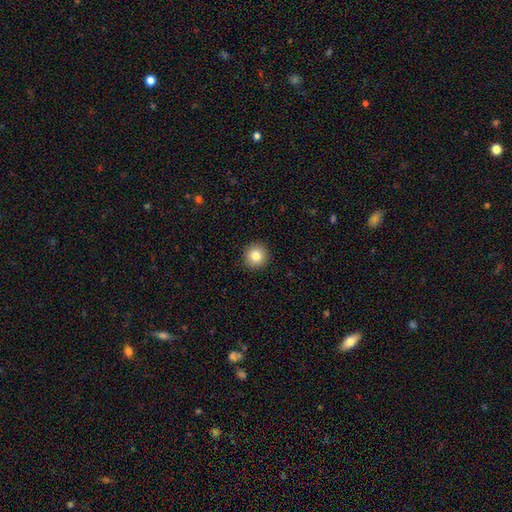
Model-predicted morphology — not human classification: Q: Smooth or featured?
A: smooth (83%); runner-up: star or artifact (10%)
Q: How rounded?
A: round (94%); runner-up: in between (5%)
Q: Merging?
A: none (92%); runner-up: minor disturbance (5%)